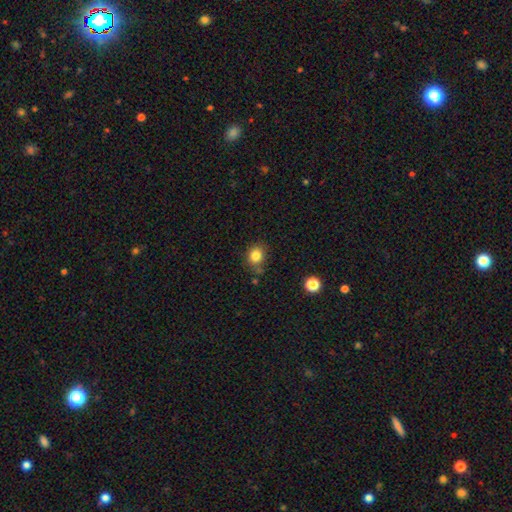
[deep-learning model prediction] smooth 83%, star or artifact 11%, featured or disk 6%. Down the decision tree: how rounded — round (68%); merging — none (74%).